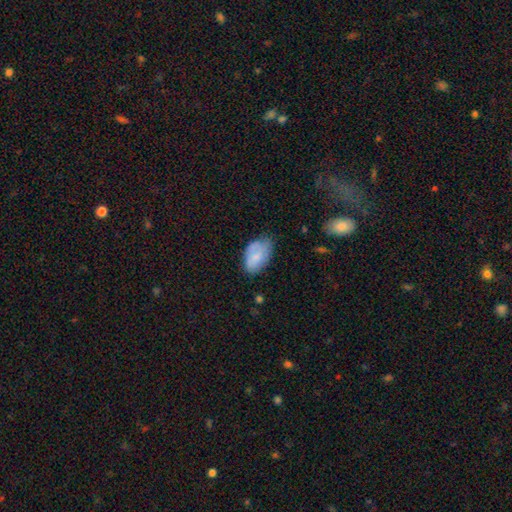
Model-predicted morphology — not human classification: type=smooth (75%); roundness=in between (92%); merging=none (53%).